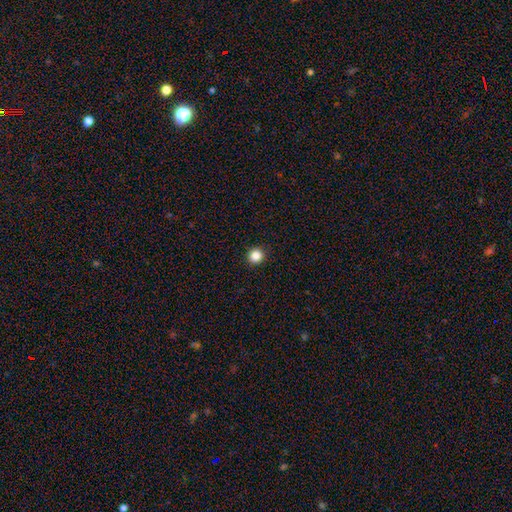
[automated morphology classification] This appears to be a smooth galaxy with no disk features (85%) that is round (94%). Merging: none (94%).